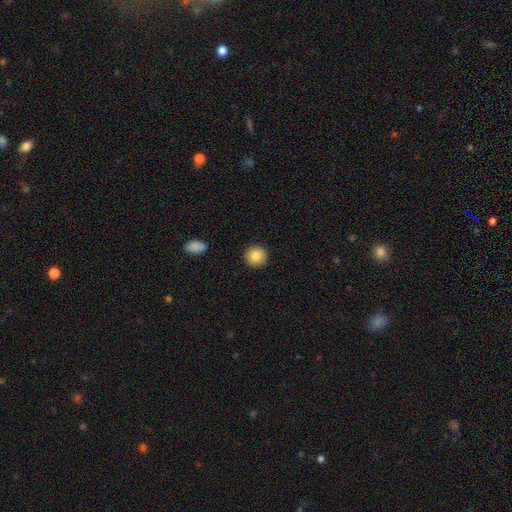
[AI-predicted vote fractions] Overall: smooth (84%). How rounded: round (94%). Merging: none (92%).